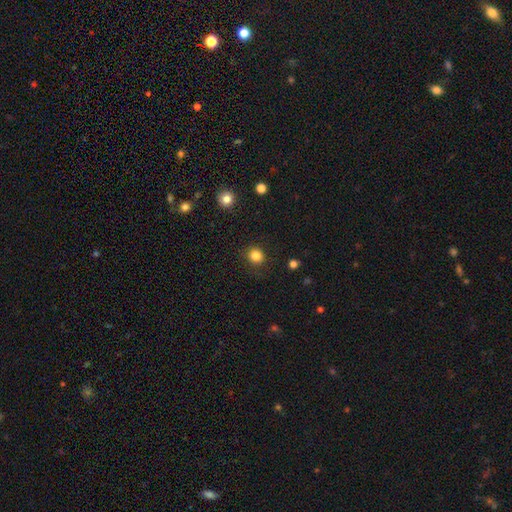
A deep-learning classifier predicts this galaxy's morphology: Smooth or featured: smooth — 84% (star or artifact — 12%)
How rounded: round — 85% (in between — 14%)
Merging: none — 86% (minor disturbance — 9%)